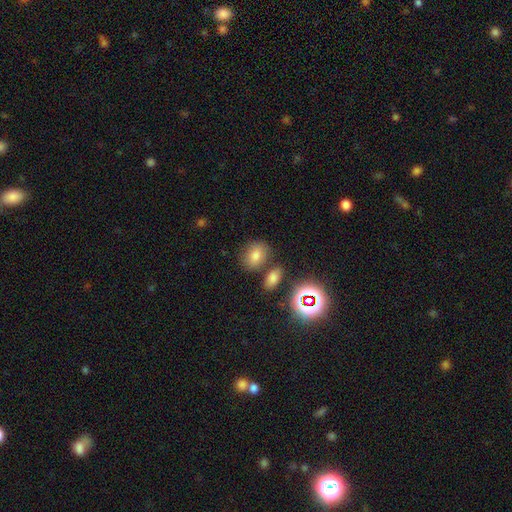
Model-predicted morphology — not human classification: Smooth or featured? Predicted: smooth (p=0.77). How rounded? Predicted: in between (p=0.65). Merging? Predicted: none (p=0.69).